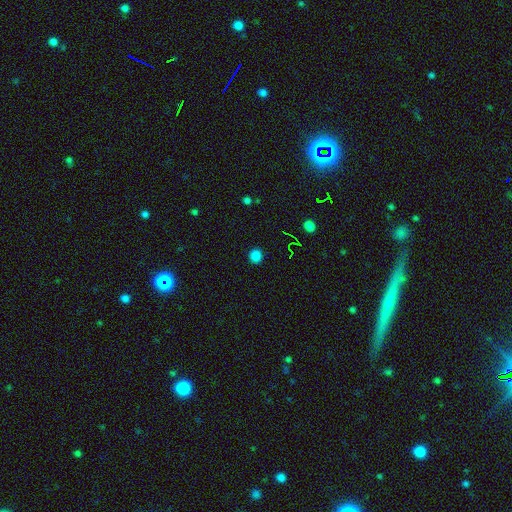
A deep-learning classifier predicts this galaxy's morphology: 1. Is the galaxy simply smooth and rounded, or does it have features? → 82% smooth, 15% star or artifact, 3% featured or disk.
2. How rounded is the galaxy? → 88% round, 11% in between, 1% cigar-shaped.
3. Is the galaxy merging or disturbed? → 91% none, 6% minor disturbance, 2% major disturbance, 1% merger.